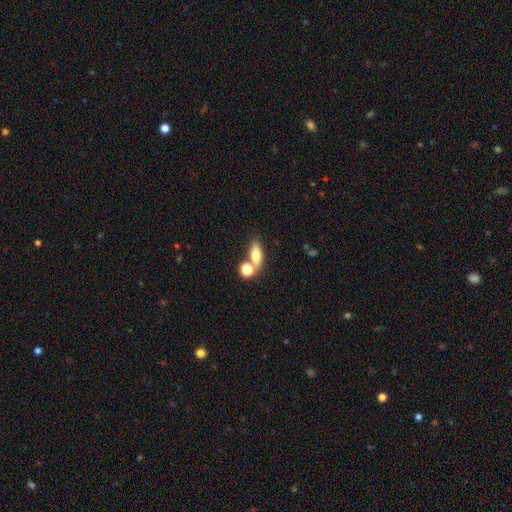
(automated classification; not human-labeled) The model was most divided on "merging": none: 55%, merger: 29%, minor disturbance: 11%, major disturbance: 5%. More confident: smooth or featured — smooth (71%); how rounded — in between (63%).